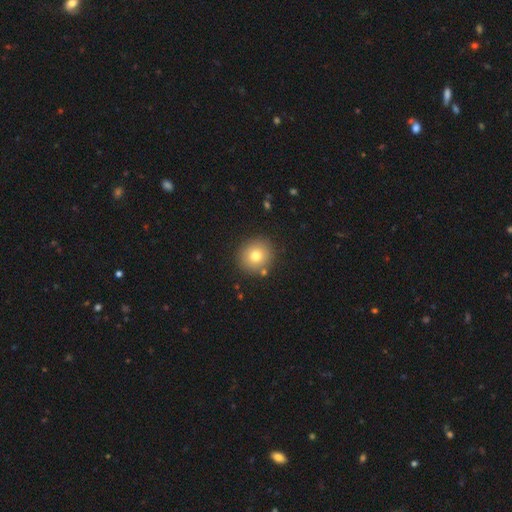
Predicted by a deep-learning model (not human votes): Smooth or featured? smooth (76%)
How rounded? round (90%)
Merging? none (86%)